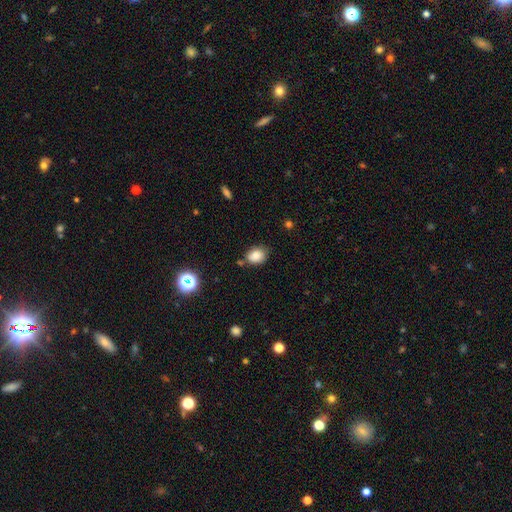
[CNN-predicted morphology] Q: Smooth or featured?
A: smooth (83%); runner-up: star or artifact (11%)
Q: How rounded?
A: in between (63%); runner-up: round (36%)
Q: Merging?
A: none (67%); runner-up: minor disturbance (22%)